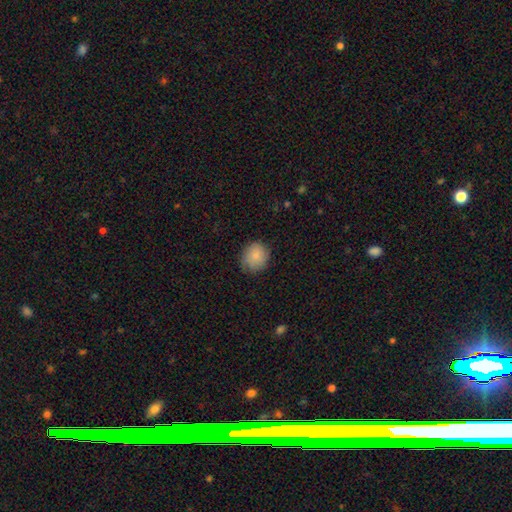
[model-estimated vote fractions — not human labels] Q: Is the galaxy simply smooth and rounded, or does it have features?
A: smooth — 84%.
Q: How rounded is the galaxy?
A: round — 79%.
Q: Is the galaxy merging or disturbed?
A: none — 76%.